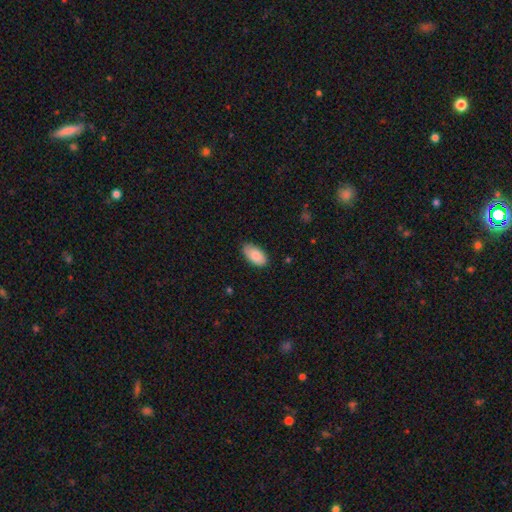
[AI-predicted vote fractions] This appears to be a smooth galaxy with no disk features (86%) that is in between round and cigar-shaped (95%). Merging: none (81%).